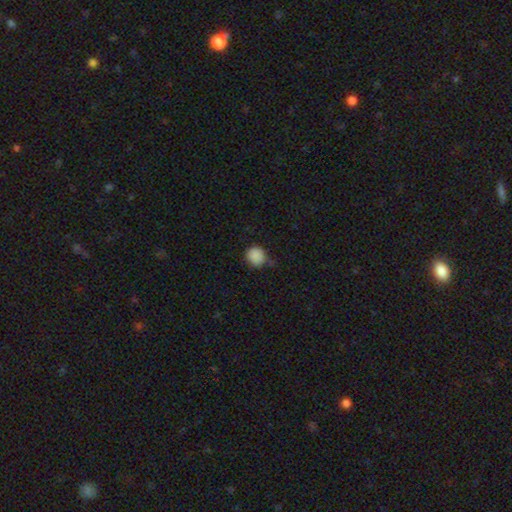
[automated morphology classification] type=smooth (88%); roundness=round (85%); merging=none (74%).